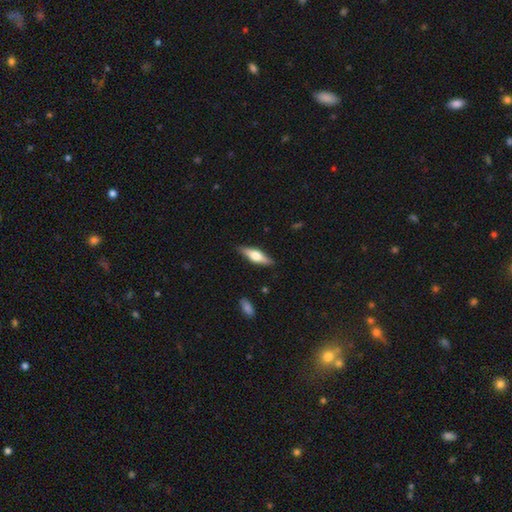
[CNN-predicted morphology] This appears to be a featured or disk galaxy (49%). Merging: none (86%).